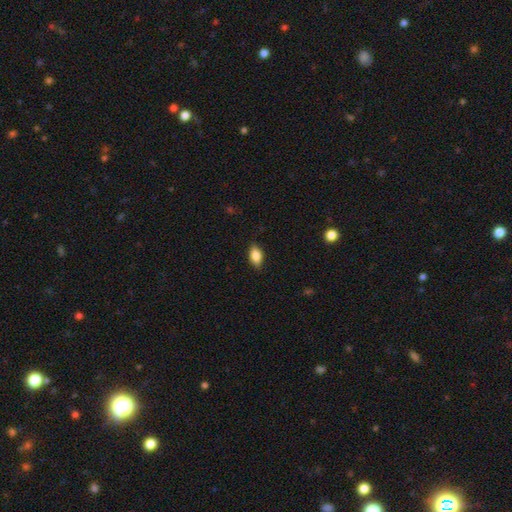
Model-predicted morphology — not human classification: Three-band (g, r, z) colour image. It shows a smooth galaxy with no disk features (85%) that is in between round and cigar-shaped (89%). Merging: none (85%).